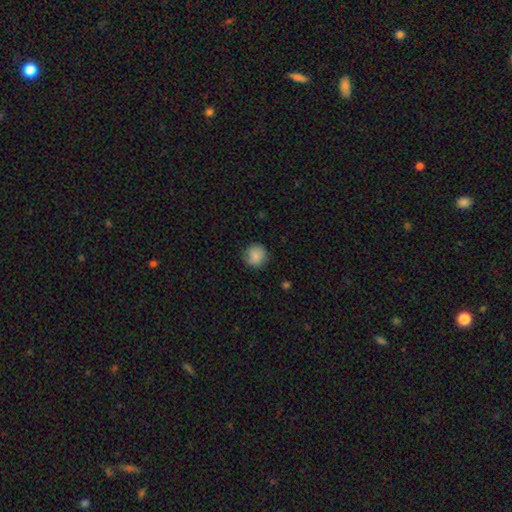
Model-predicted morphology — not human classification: smooth-or-featured: smooth: 85% | star or artifact: 8% | featured or disk: 7%
  how-rounded: round: 92% | in between: 7% | cigar-shaped: 1%
  merging: none: 83% | minor disturbance: 13% | major disturbance: 3% | merger: 1%